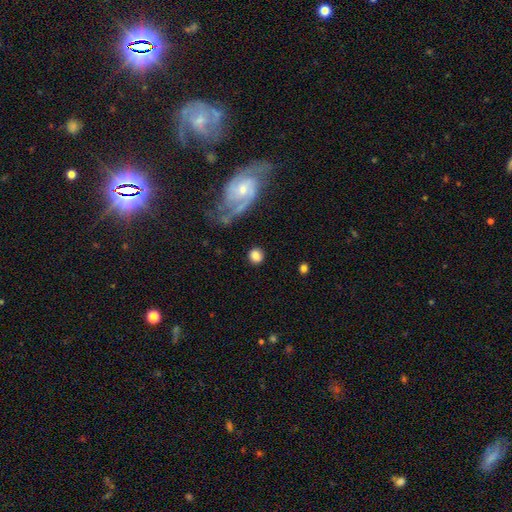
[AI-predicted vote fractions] smooth-or-featured: smooth: 79% | featured or disk: 13% | star or artifact: 8%
  how-rounded: round: 80% | in between: 18% | cigar-shaped: 2%
  merging: none: 81% | minor disturbance: 10% | major disturbance: 5% | merger: 4%